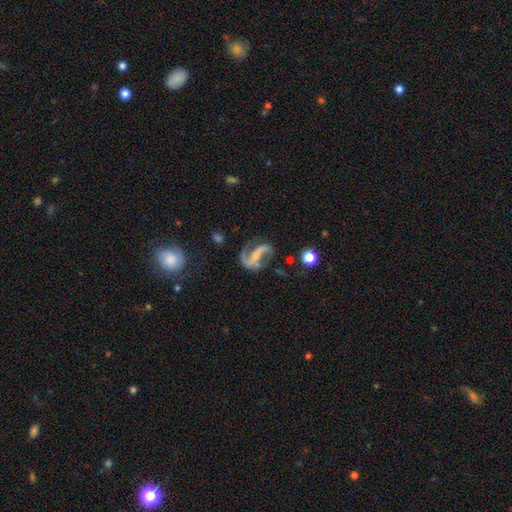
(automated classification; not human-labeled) smooth_or_featured: featured or disk (p=0.89) [alt: star or artifact p=0.06]
disk_edge_on: no (p=0.97) [alt: yes p=0.03]
bar: strong (p=0.46) [alt: weak p=0.31]
has_spiral_arms: yes (p=0.96) [alt: no p=0.04]
spiral_winding: loose (p=0.48) [alt: medium p=0.42]
spiral_arm_count: 2 (p=0.90) [alt: 1 p=0.05]
bulge_size: small (p=0.55) [alt: moderate p=0.27]
merging: none (p=0.62) [alt: minor disturbance p=0.18]